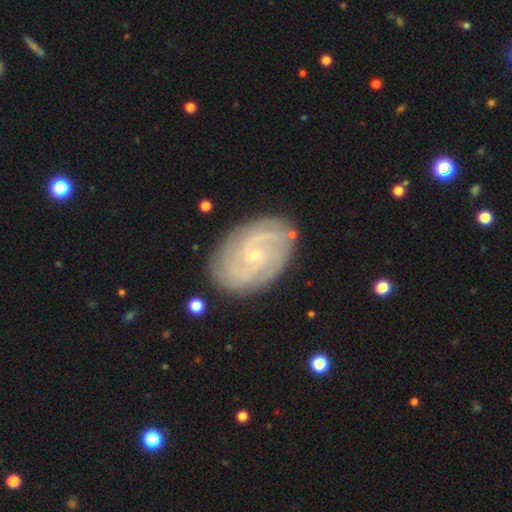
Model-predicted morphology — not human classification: A featured or disk galaxy (81%) with no bar (64%), 2 (31%) tight (64%) spiral arms (95%) and a small central bulge (80%). Merging: none (84%).